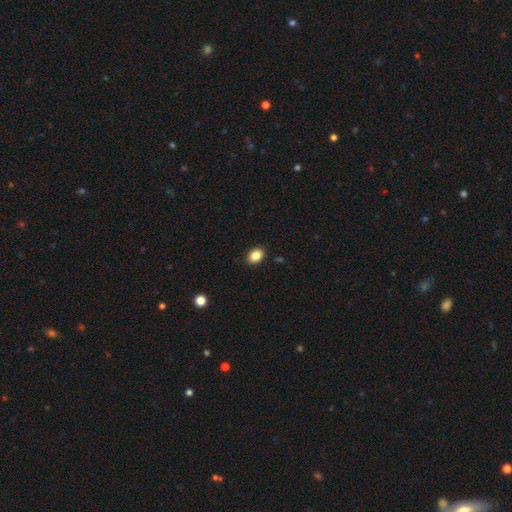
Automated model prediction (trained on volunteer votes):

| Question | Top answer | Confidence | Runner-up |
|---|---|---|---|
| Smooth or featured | smooth | 88% | star or artifact (9%) |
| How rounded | in between | 75% | round (24%) |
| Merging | none | 89% | minor disturbance (8%) |